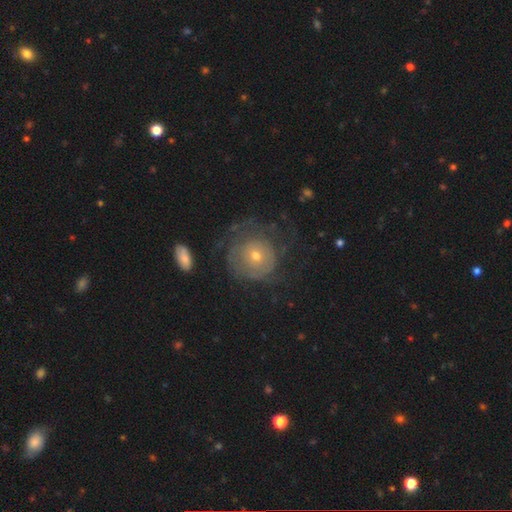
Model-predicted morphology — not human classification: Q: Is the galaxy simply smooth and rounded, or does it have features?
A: featured or disk — 52%.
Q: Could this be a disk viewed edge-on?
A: no — 96%.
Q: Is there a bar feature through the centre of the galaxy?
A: no — 87%.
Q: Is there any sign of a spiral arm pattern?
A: yes — 56%.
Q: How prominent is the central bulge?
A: small — 54%.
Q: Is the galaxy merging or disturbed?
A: none — 54%.